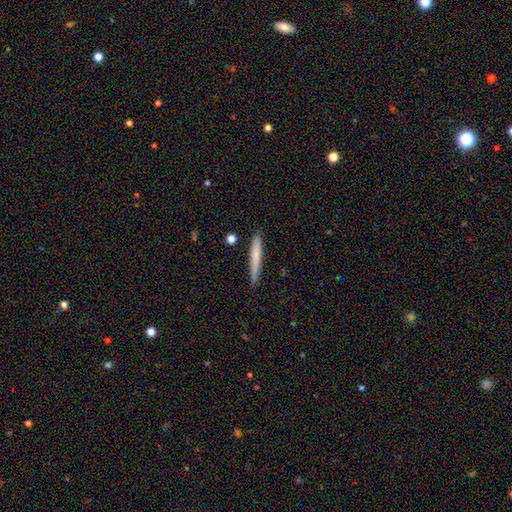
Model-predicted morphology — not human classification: Smooth or featured?
  - smooth: 71% *
  - featured or disk: 23%
  - star or artifact: 6%
How rounded?
  - cigar-shaped: 96% *
  - in between: 3%
  - round: 1%
Merging?
  - none: 86% *
  - minor disturbance: 10%
  - merger: 2%
  - major disturbance: 2%